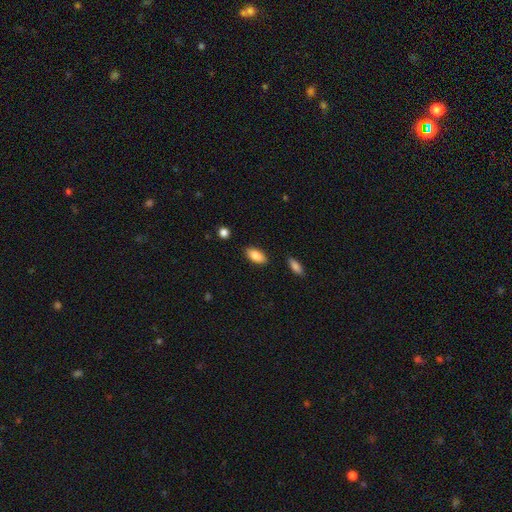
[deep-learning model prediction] Smooth or featured?
  - smooth: 86% *
  - featured or disk: 7%
  - star or artifact: 6%
How rounded?
  - in between: 90% *
  - cigar-shaped: 8%
  - round: 2%
Merging?
  - none: 87% *
  - minor disturbance: 9%
  - major disturbance: 2%
  - merger: 2%